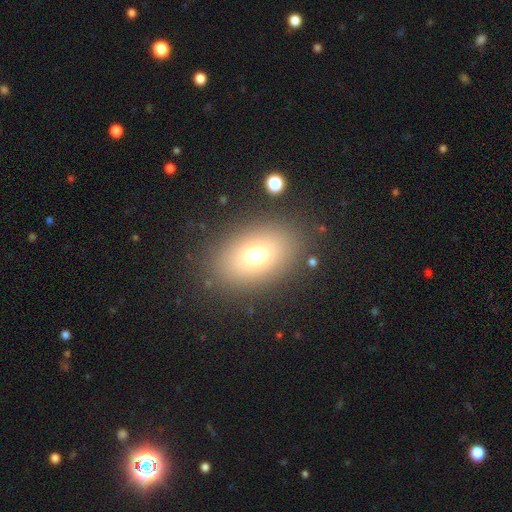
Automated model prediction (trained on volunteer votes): This is likely a smooth galaxy (72%). How rounded: clearly in between (82%). Merging: clearly none (84%).